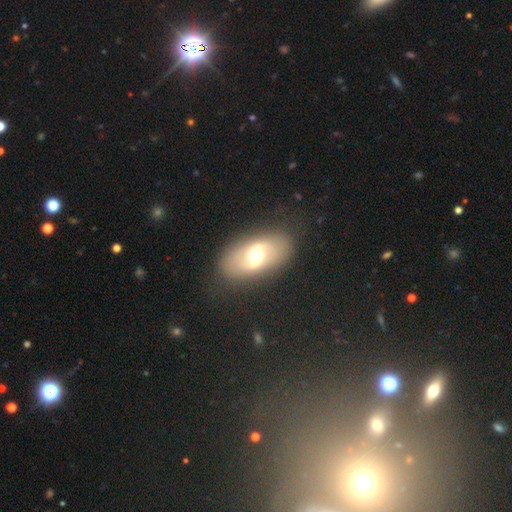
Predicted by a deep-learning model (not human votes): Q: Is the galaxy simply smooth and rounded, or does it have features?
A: featured or disk — 59%.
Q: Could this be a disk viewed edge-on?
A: no — 89%.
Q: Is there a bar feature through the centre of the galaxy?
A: weak — 43%.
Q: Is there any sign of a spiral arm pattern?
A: no — 51%.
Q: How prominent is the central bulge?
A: moderate — 66%.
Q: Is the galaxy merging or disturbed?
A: none — 83%.